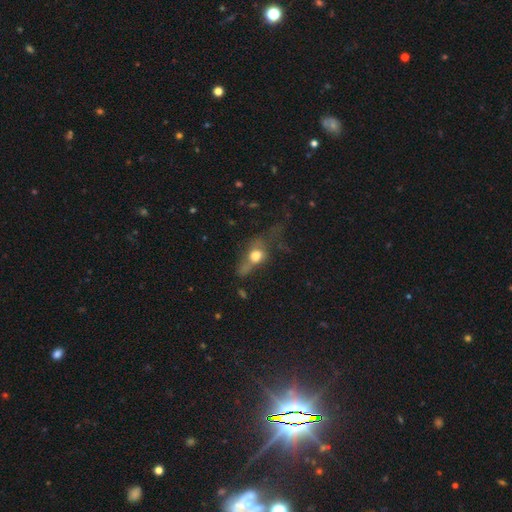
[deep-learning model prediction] Smooth or featured? smooth (58%)
How rounded? in between (51%)
Merging? major disturbance (47%)